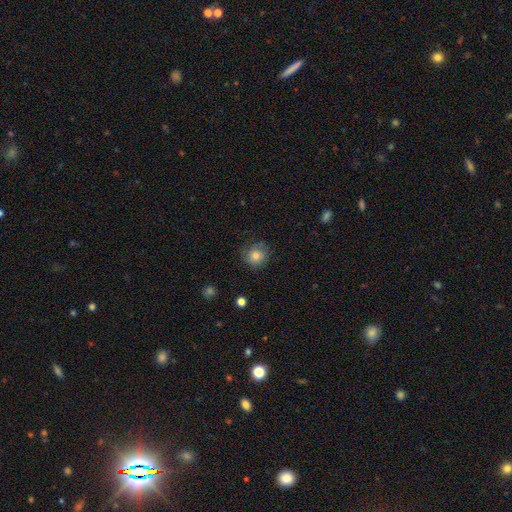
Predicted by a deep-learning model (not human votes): smooth 77%, featured or disk 13%, star or artifact 10%. Down the decision tree: how rounded — round (86%); merging — none (72%).